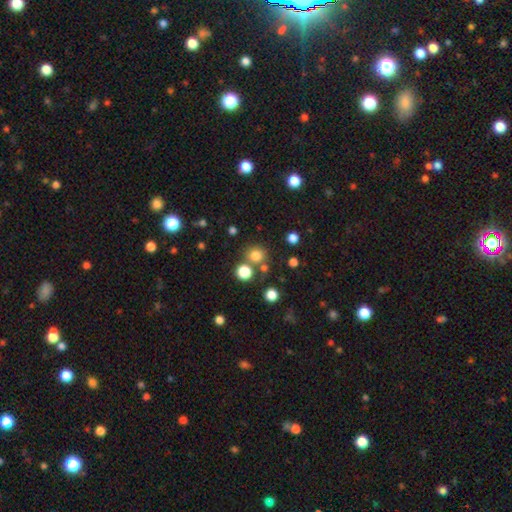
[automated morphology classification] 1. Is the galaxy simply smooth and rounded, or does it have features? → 78% smooth, 16% star or artifact, 6% featured or disk.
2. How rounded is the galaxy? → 88% round, 11% in between, 1% cigar-shaped.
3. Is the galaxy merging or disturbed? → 73% none, 15% merger, 8% minor disturbance, 4% major disturbance.